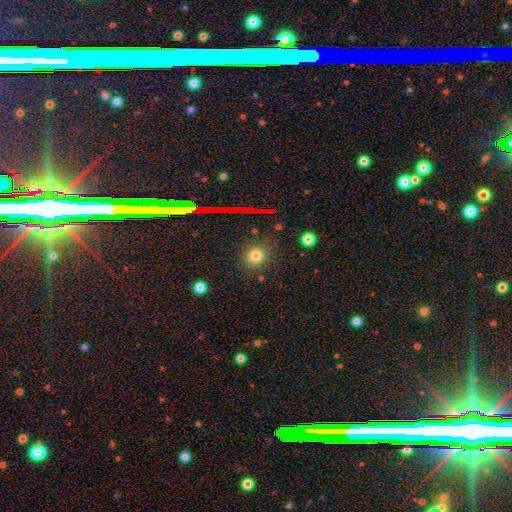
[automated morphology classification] Smooth or featured: smooth — 74% (star or artifact — 18%)
How rounded: round — 78% (in between — 21%)
Merging: none — 82% (minor disturbance — 11%)